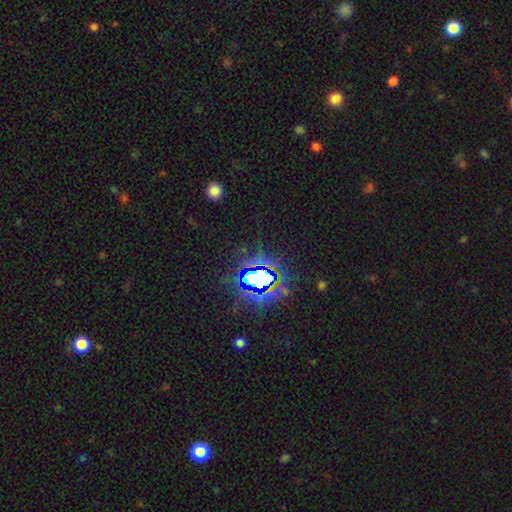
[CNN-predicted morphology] smooth-or-featured: star or artifact: 83% | smooth: 11% | featured or disk: 7%